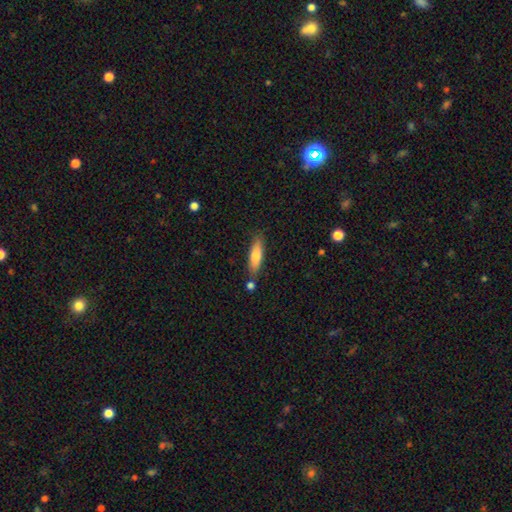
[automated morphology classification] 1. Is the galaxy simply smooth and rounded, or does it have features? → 74% smooth, 20% featured or disk, 6% star or artifact.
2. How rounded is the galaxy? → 62% cigar-shaped, 37% in between, 2% round.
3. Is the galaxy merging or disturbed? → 78% none, 13% minor disturbance, 7% merger, 3% major disturbance.